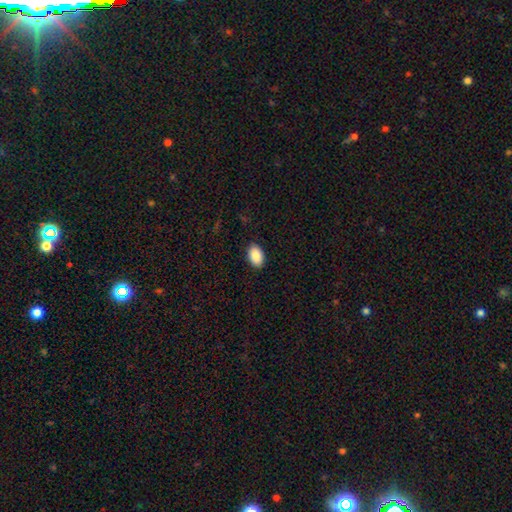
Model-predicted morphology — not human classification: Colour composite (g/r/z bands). It shows a smooth galaxy with no disk features (90%) that is in between round and cigar-shaped (92%). Merging: none (89%).